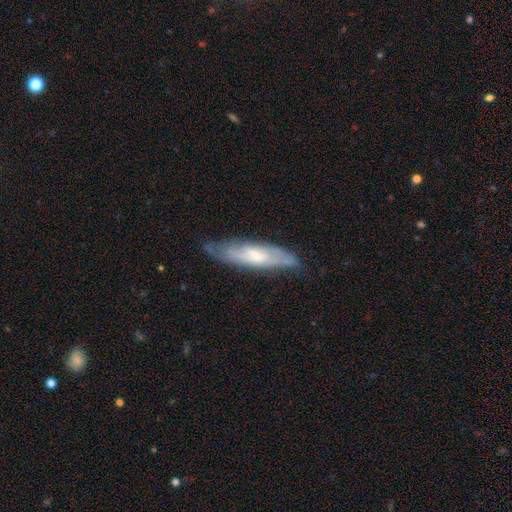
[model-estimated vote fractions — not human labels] Overall: featured or disk (59%; smooth 35%). Edge-on disk: no (51%; yes 49%). Merging: none (71%).